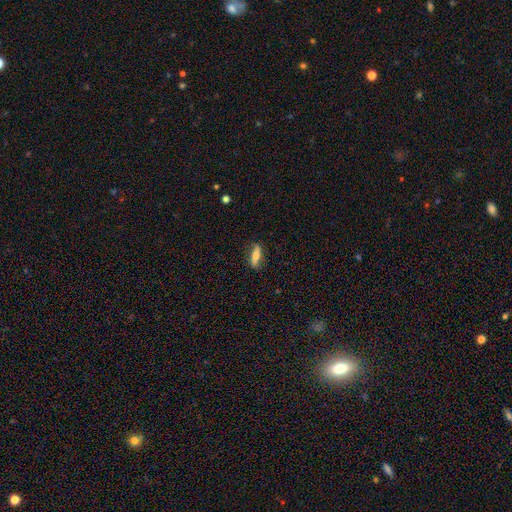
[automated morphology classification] Overall: smooth (59%; featured or disk 34%). How rounded: cigar-shaped (52%; in between 45%). Merging: none (79%).